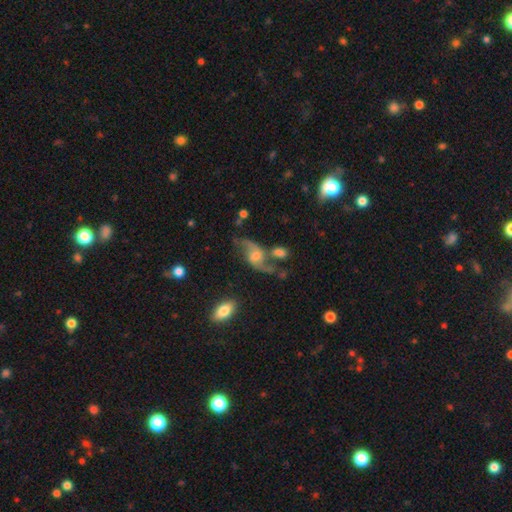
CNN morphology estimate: type=featured or disk (83%); edge-on=no (94%); bar=no (60%); spiral arms=yes (94%); winding=loose (83%); arm count=2 (93%); bulge=moderate (46%); merging=none (57%).